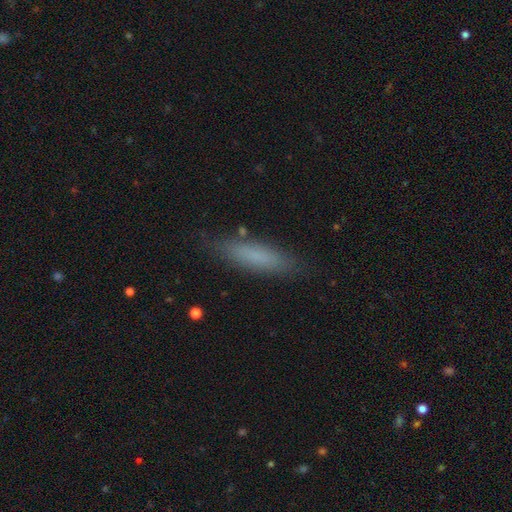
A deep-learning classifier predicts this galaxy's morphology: Overall: smooth (76%). How rounded: cigar-shaped (72%). Merging: none (84%).